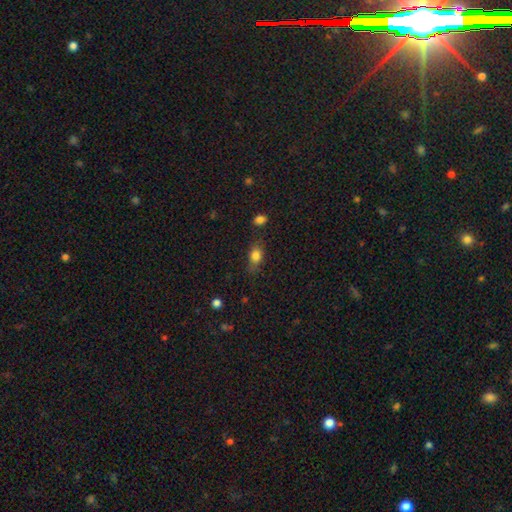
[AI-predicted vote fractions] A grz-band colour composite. It shows a smooth galaxy with no disk features (81%) that is in between round and cigar-shaped (72%). Merging: none (68%).